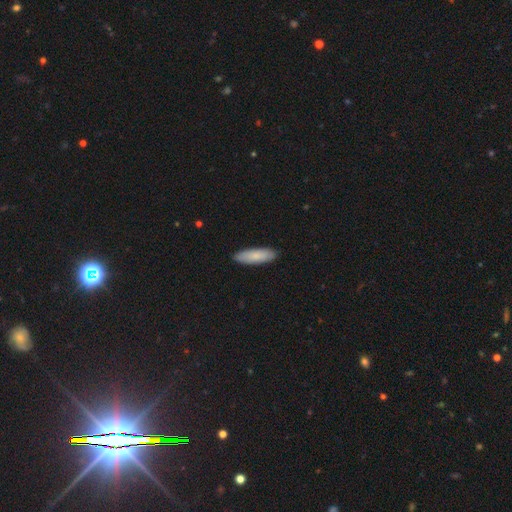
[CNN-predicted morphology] This is clearly a smooth galaxy (82%). How rounded: possibly cigar-shaped (50%). Merging: clearly none (90%).